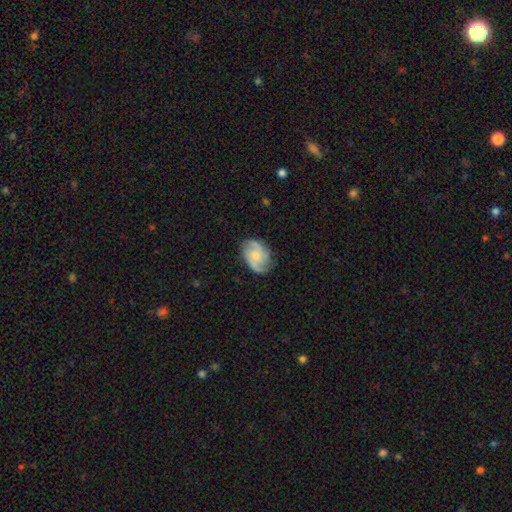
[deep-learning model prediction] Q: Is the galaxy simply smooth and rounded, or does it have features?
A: featured or disk — 79%.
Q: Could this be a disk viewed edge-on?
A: no — 98%.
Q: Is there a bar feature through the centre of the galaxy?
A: no — 65%.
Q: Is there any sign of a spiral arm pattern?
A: yes — 96%.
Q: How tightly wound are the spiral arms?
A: medium — 51%.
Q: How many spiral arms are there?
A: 2 — 45%.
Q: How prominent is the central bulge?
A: small — 55%.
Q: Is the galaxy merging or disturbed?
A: none — 77%.